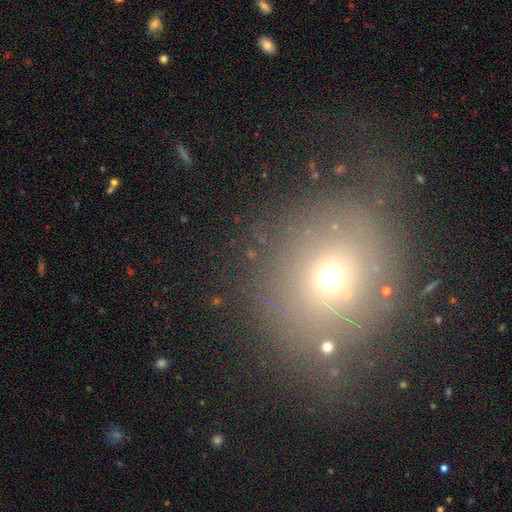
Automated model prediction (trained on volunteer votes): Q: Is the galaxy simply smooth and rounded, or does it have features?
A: smooth — 61%.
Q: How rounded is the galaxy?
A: round — 74%.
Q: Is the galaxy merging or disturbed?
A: none — 59%.